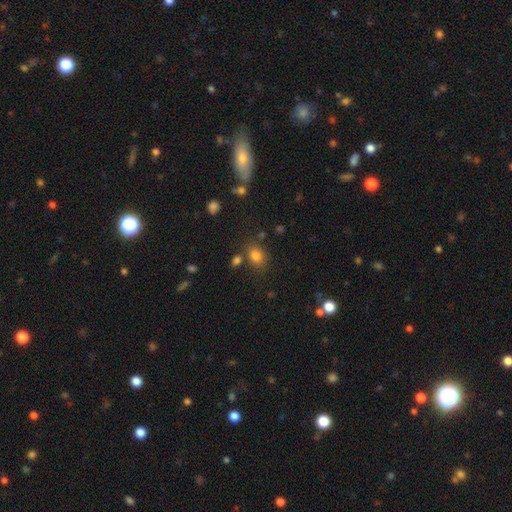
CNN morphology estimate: smooth 81%, star or artifact 13%, featured or disk 7%. Down the decision tree: how rounded — in between (55%); merging — none (72%).